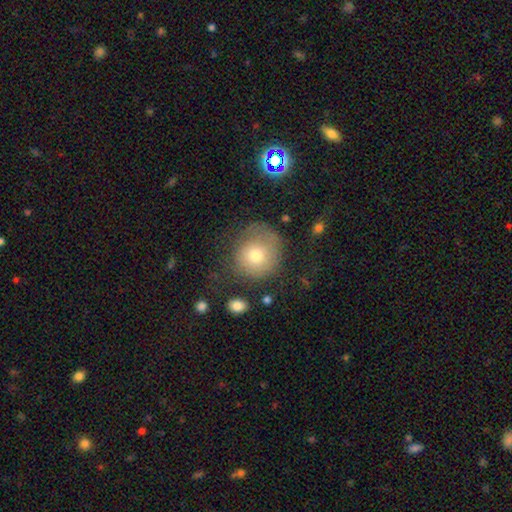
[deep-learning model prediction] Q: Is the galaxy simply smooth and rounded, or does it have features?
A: smooth — 69%.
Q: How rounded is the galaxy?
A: round — 86%.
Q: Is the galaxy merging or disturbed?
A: none — 53%.